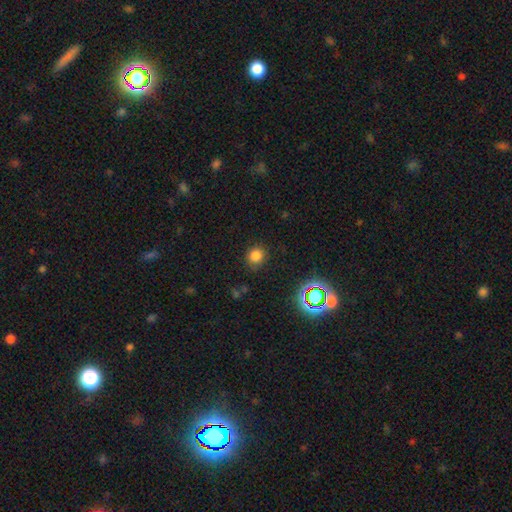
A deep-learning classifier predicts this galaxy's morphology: smooth-or-featured: smooth: 78% | star or artifact: 17% | featured or disk: 5%
  how-rounded: round: 83% | in between: 16% | cigar-shaped: 1%
  merging: none: 84% | minor disturbance: 11% | major disturbance: 4% | merger: 1%